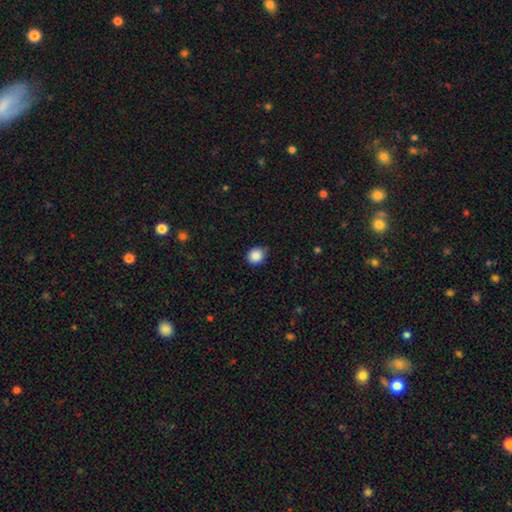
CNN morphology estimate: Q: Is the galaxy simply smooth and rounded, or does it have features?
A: smooth — 87%.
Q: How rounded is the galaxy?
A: round — 84%.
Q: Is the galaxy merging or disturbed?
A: none — 81%.